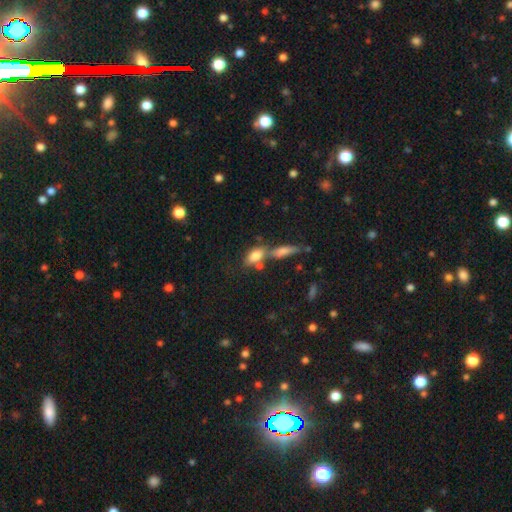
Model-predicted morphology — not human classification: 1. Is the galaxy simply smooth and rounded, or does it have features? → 77% smooth, 14% featured or disk, 9% star or artifact.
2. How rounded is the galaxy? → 81% in between, 12% cigar-shaped, 6% round.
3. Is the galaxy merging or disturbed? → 42% none, 41% merger, 12% minor disturbance, 5% major disturbance.